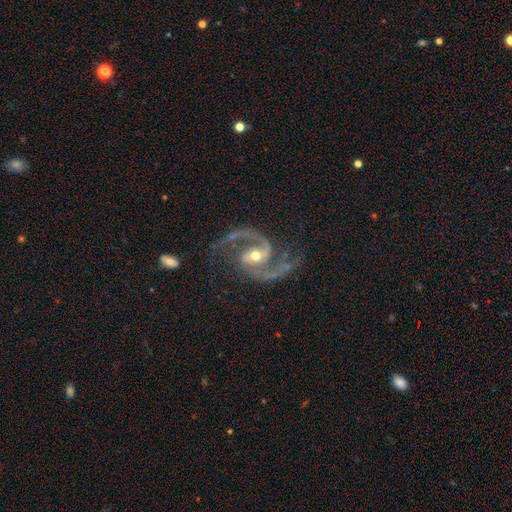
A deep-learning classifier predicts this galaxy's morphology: Smooth or featured: featured or disk — 94% (star or artifact — 4%)
Edge-on disk: no — 98% (yes — 2%)
Bar: no — 44% (weak — 36%)
Spiral arms: yes — 99% (no — 1%)
Spiral winding: medium — 66% (loose — 20%)
Spiral arm count: 2 — 94% (3 — 2%)
Bulge size: moderate — 59% (small — 37%)
Merging: none — 77% (minor disturbance — 14%)